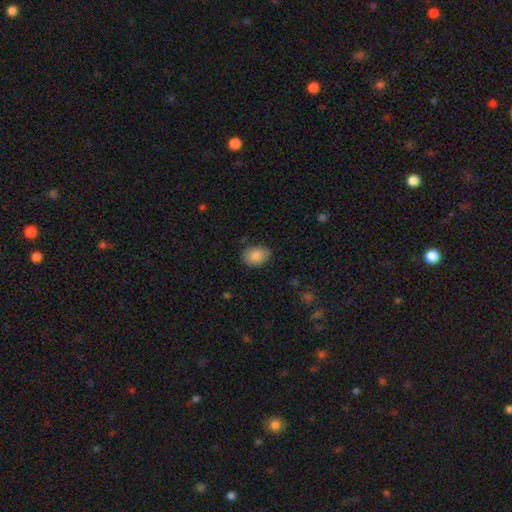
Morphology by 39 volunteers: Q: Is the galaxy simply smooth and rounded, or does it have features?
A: smooth — 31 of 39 (79%).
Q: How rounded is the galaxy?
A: in between — 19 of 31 (61%).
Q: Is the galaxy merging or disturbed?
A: none — 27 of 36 (75%).